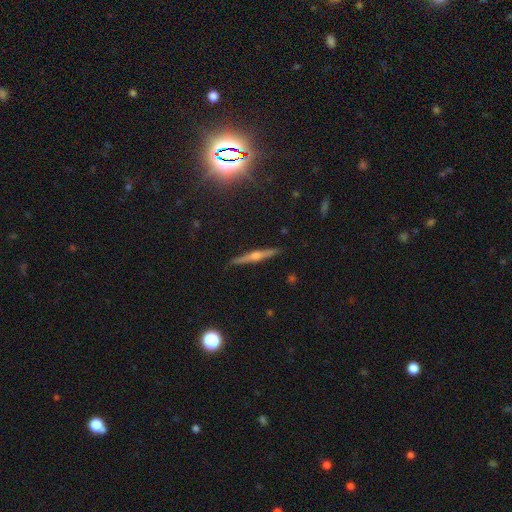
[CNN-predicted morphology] This is likely a featured or disk galaxy (74%). It is clearly viewed edge-on (98%). Edge-on bulge: clearly rounded (89%). Merging: clearly none (91%).